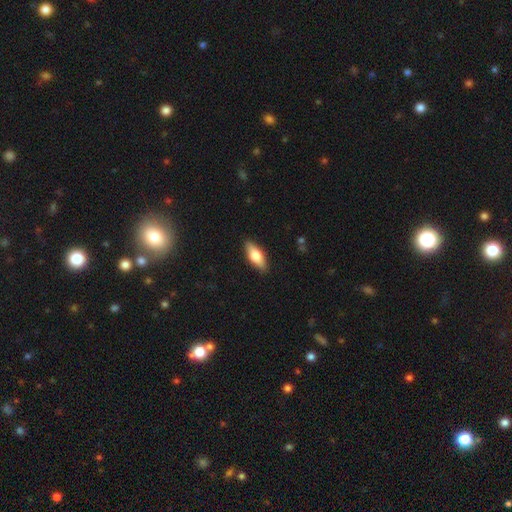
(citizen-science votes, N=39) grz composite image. It shows a smooth galaxy with no disk features (62%) that is in between round and cigar-shaped (62%). Merging: none (89%).